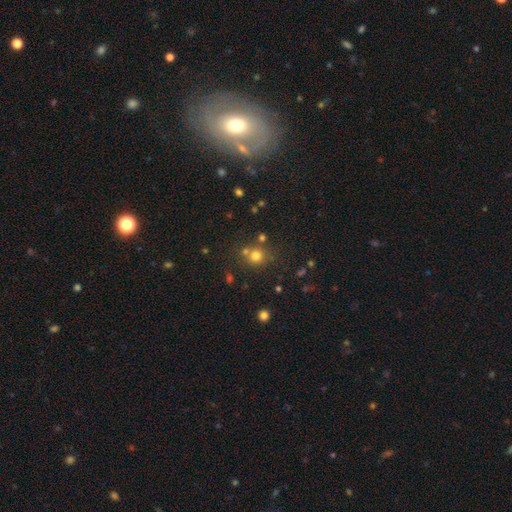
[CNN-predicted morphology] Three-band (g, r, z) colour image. It shows a smooth galaxy with no disk features (73%) that is round (87%). Merging: none (68%).